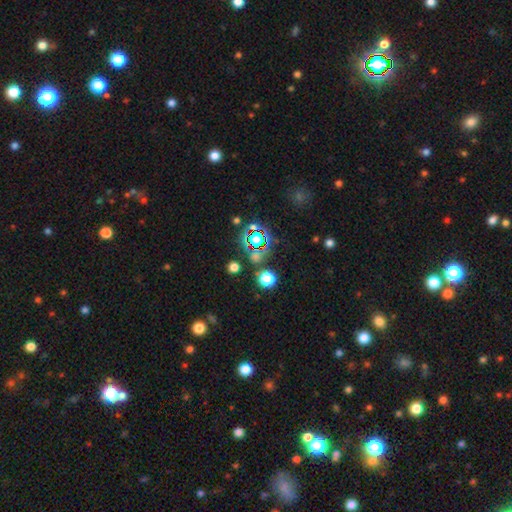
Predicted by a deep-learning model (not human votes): Smooth or featured: star or artifact — 72% (smooth — 20%)